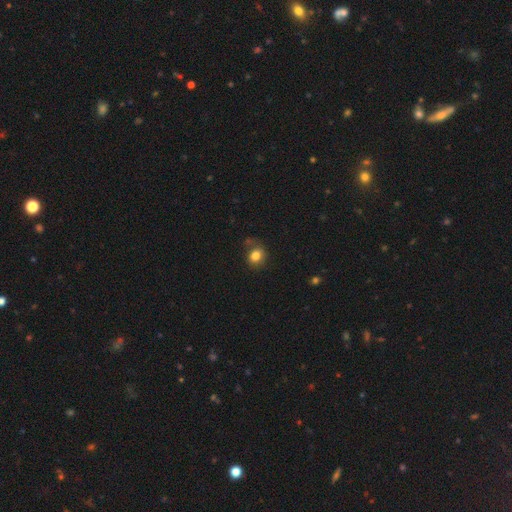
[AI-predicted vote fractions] Smooth or featured? Predicted: smooth (p=0.81). How rounded? Predicted: round (p=0.64). Merging? Predicted: none (p=0.69).